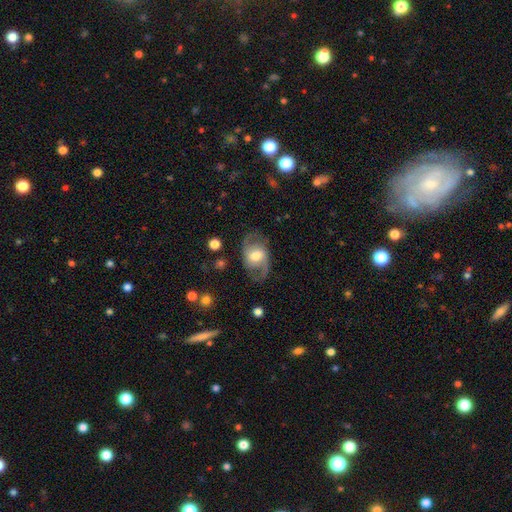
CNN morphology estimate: Smooth or featured? featured or disk (68%)
Edge-on disk? no (95%)
Bar? no (46%)
Spiral arms? yes (84%)
Spiral winding? medium (45%)
Spiral arm count? 2 (86%)
Bulge size? moderate (63%)
Merging? none (71%)